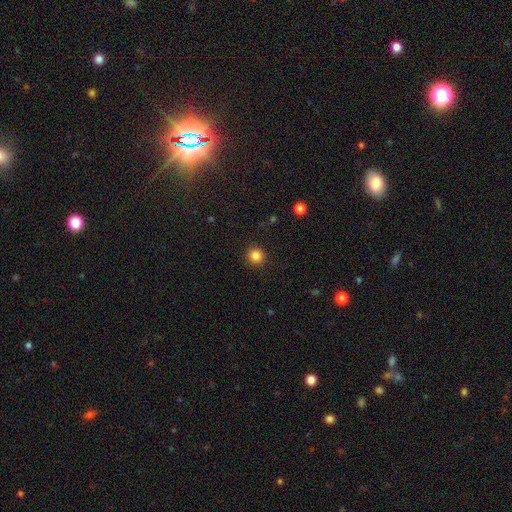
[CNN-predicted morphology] Smooth or featured: smooth — 85% (star or artifact — 11%)
How rounded: round — 93% (in between — 6%)
Merging: none — 91% (minor disturbance — 6%)